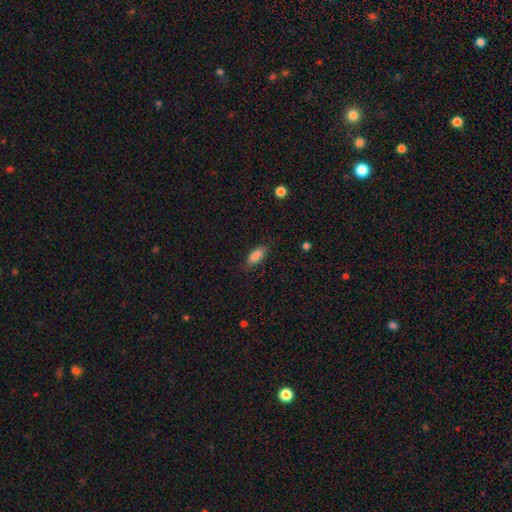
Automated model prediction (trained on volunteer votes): This appears to be a smooth galaxy with no disk features (86%) that is in between round and cigar-shaped (81%). Merging: none (79%).